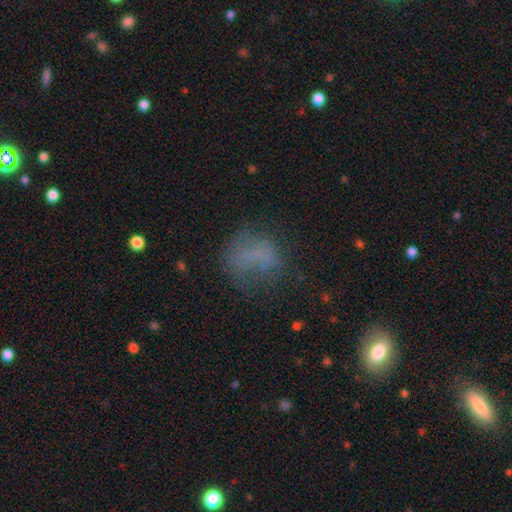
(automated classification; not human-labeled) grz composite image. It shows a smooth galaxy with no disk features (59%) that is in between round and cigar-shaped (50%). Merging: none (52%).